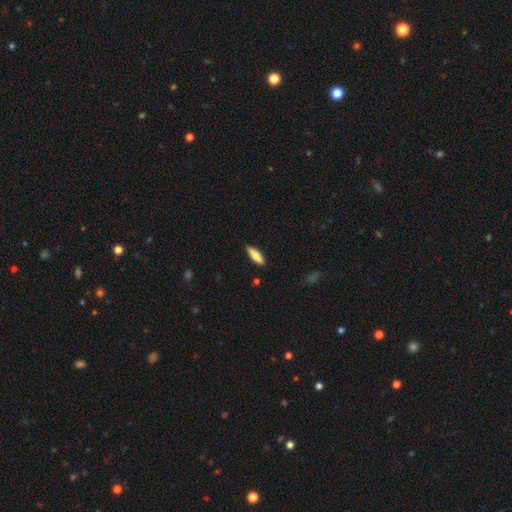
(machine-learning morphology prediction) smooth-or-featured: smooth: 76% | featured or disk: 18% | star or artifact: 6%
  how-rounded: cigar-shaped: 56% | in between: 43% | round: 2%
  merging: none: 85% | minor disturbance: 12% | major disturbance: 2% | merger: 1%